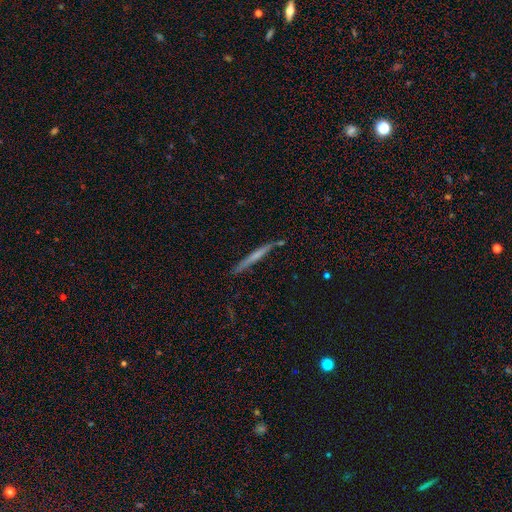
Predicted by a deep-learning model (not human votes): A featured or disk galaxy (48%). Merging: none (83%).